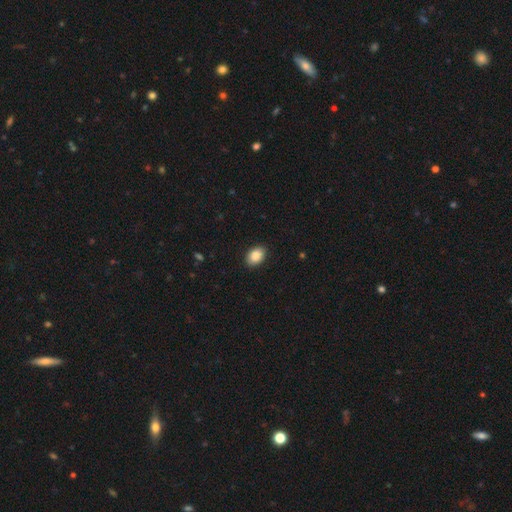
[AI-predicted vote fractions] smooth_or_featured: smooth (p=0.89) [alt: star or artifact p=0.07]
how_rounded: in between (p=0.83) [alt: round p=0.15]
merging: none (p=0.89) [alt: minor disturbance p=0.08]